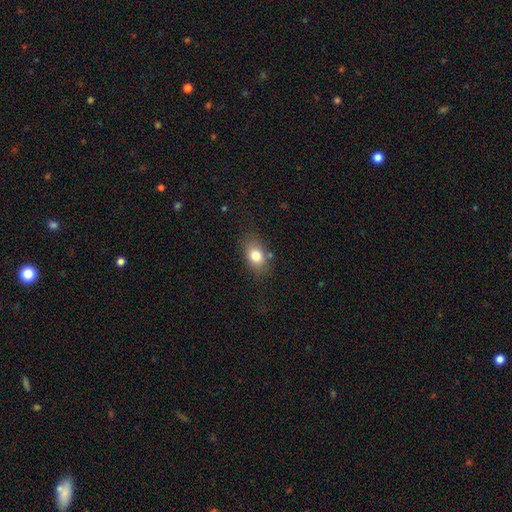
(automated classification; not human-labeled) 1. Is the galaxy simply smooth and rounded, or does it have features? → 79% smooth, 11% featured or disk, 10% star or artifact.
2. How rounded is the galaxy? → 75% in between, 23% round, 2% cigar-shaped.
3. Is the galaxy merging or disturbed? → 76% none, 16% minor disturbance, 5% major disturbance, 3% merger.